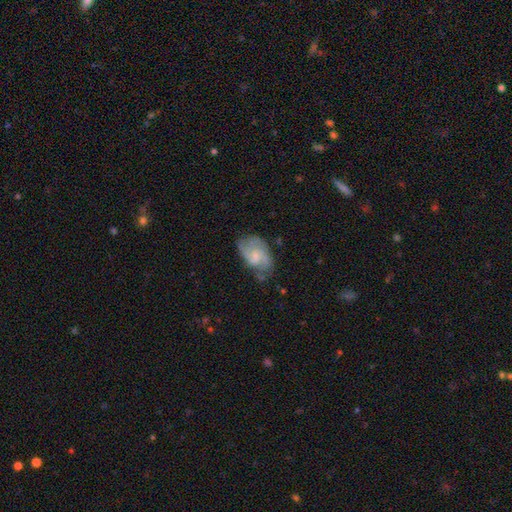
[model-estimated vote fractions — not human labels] This appears to be a featured or disk galaxy (69%) with no bar (52%), 2 (54%) medium (49%) spiral arms (91%) and a small central bulge (42%). Merging: none (59%).